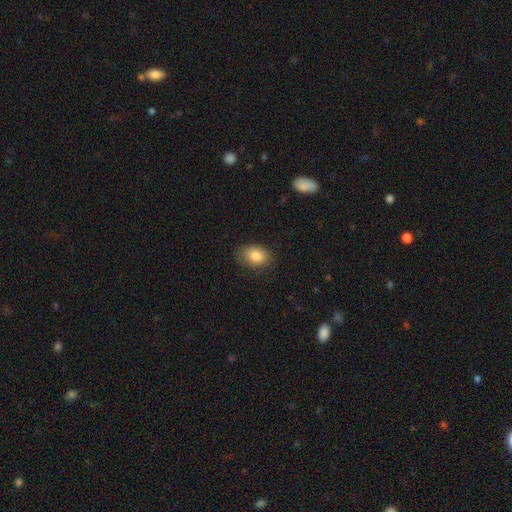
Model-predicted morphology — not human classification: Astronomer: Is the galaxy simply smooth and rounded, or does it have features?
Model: smooth — 84%.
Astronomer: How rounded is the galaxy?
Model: in between — 80%.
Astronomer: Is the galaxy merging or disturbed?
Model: none — 80%.